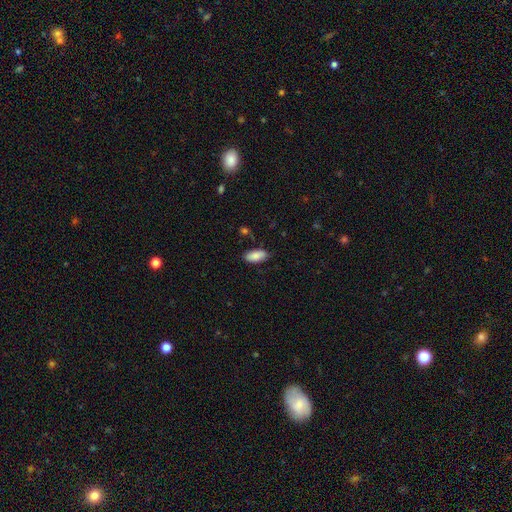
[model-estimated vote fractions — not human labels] smooth 87%, featured or disk 7%, star or artifact 6%. Down the decision tree: how rounded — in between (91%); merging — none (83%).